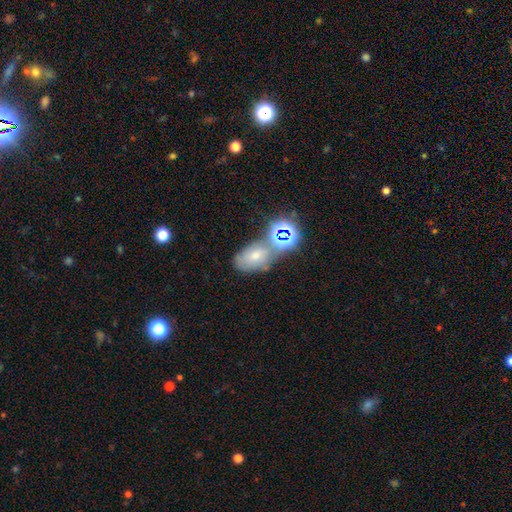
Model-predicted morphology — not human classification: Smooth or featured?
  - smooth: 56% *
  - star or artifact: 25%
  - featured or disk: 19%
How rounded?
  - in between: 82% *
  - round: 16%
  - cigar-shaped: 2%
Merging?
  - none: 50% *
  - merger: 25%
  - minor disturbance: 17%
  - major disturbance: 8%